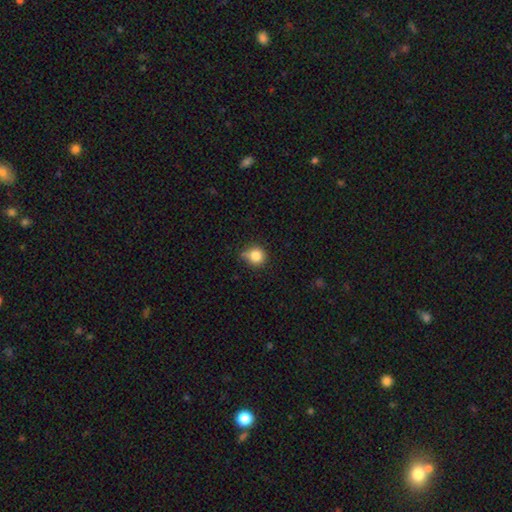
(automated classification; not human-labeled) Smooth or featured? Predicted: smooth (p=0.82). How rounded? Predicted: round (p=0.87). Merging? Predicted: none (p=0.56).